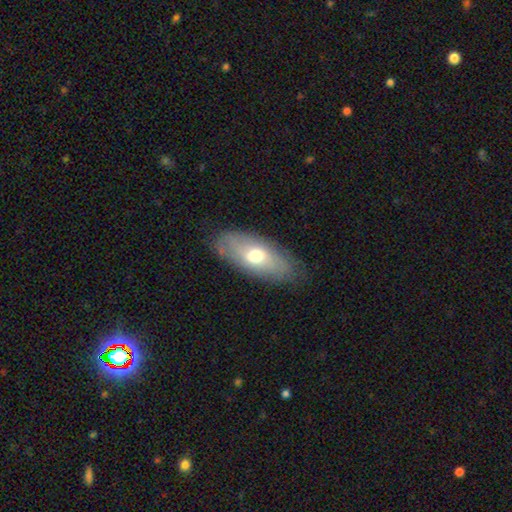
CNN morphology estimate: Smooth or featured: smooth — 59% (featured or disk — 34%)
How rounded: in between — 86% (cigar-shaped — 10%)
Merging: none — 80% (minor disturbance — 15%)